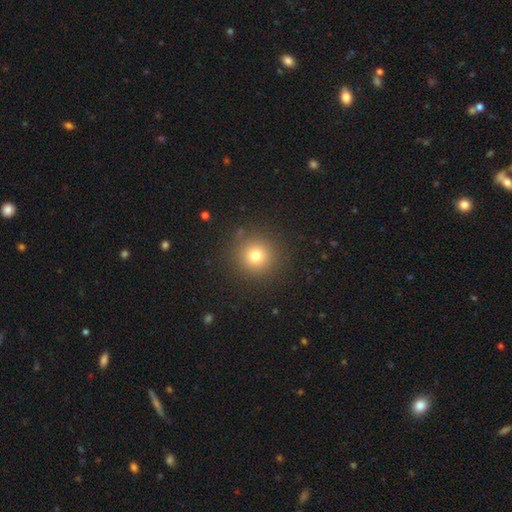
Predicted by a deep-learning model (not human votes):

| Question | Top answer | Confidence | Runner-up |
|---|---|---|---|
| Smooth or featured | smooth | 76% | star or artifact (15%) |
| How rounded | round | 95% | in between (4%) |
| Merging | none | 89% | minor disturbance (7%) |